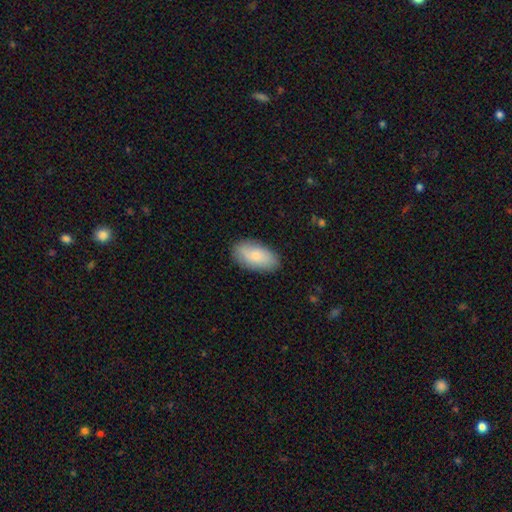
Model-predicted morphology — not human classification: A smooth galaxy with no disk features (79%) that is in between round and cigar-shaped (94%).

Vote fractions:
- Smooth or featured? smooth: 79% / featured or disk: 15% / star or artifact: 6%
- How rounded? in between: 94% / cigar-shaped: 4% / round: 3%
- Merging? none: 84% / minor disturbance: 12% / major disturbance: 2% / merger: 1%